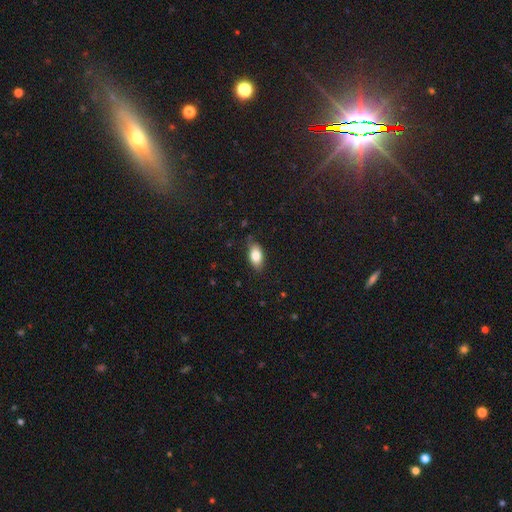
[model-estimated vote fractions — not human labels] Smooth or featured?
  - smooth: 82% *
  - featured or disk: 11%
  - star or artifact: 8%
How rounded?
  - in between: 90% *
  - round: 6%
  - cigar-shaped: 4%
Merging?
  - none: 81% *
  - minor disturbance: 15%
  - major disturbance: 3%
  - merger: 1%